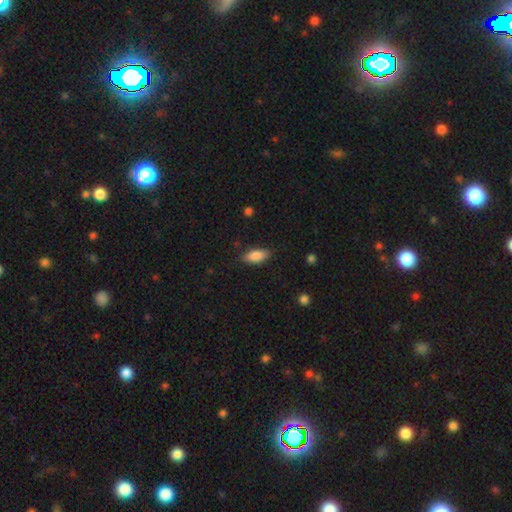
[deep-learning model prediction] This is clearly a smooth galaxy (86%). How rounded: clearly in between (86%). Merging: clearly none (84%).